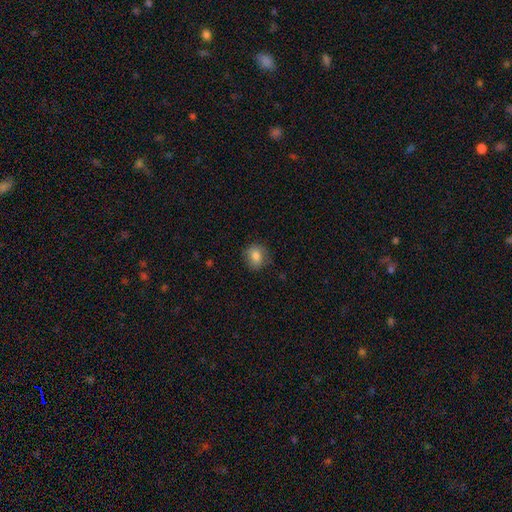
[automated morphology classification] Overall: smooth (83%). How rounded: round (67%; in between 32%). Merging: none (79%).